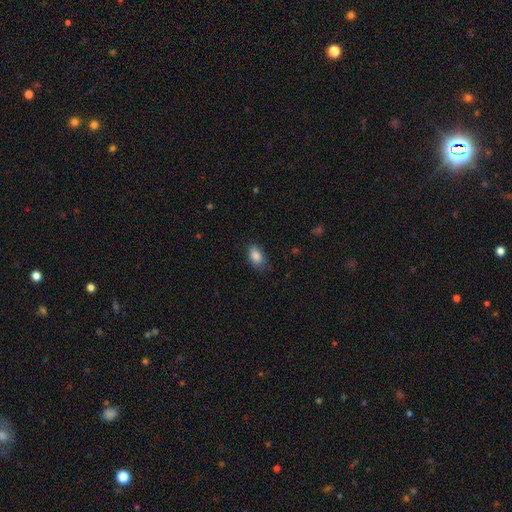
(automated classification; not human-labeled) Q: Smooth or featured?
A: smooth (86%); runner-up: star or artifact (8%)
Q: How rounded?
A: in between (89%); runner-up: round (9%)
Q: Merging?
A: none (74%); runner-up: minor disturbance (20%)